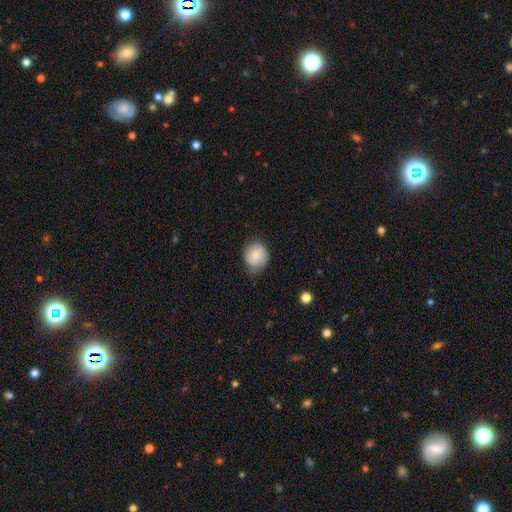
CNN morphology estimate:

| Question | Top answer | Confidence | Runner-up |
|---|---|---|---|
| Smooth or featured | smooth | 69% | featured or disk (24%) |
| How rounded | round | 65% | in between (34%) |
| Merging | none | 59% | minor disturbance (32%) |